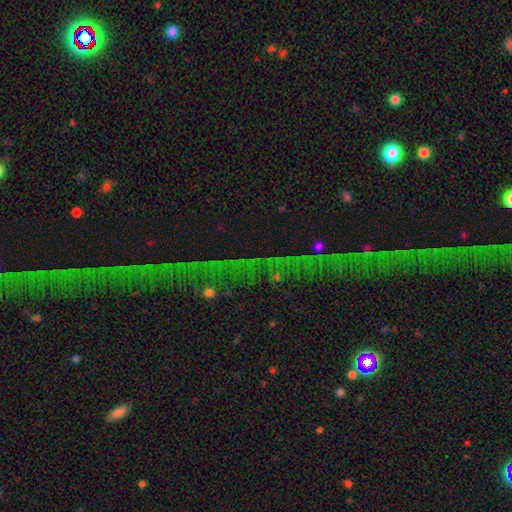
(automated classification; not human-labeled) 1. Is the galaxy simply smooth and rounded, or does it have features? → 81% star or artifact, 11% featured or disk, 7% smooth.